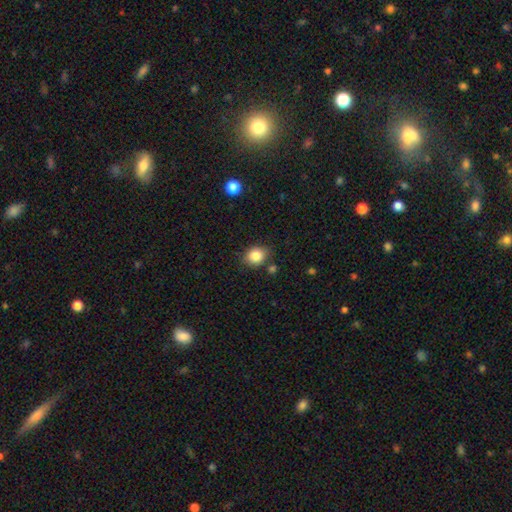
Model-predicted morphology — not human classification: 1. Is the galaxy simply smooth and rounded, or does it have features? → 84% smooth, 10% star or artifact, 6% featured or disk.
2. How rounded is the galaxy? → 61% round, 38% in between, 1% cigar-shaped.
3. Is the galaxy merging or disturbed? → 79% none, 13% minor disturbance, 5% merger, 3% major disturbance.